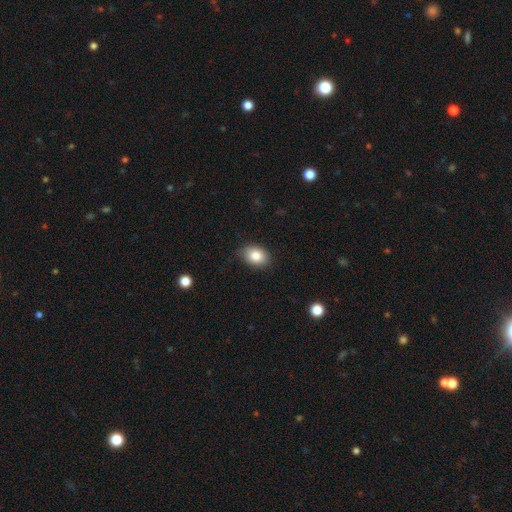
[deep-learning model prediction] smooth 85%, star or artifact 8%, featured or disk 7%. Down the decision tree: how rounded — in between (78%); merging — none (84%).